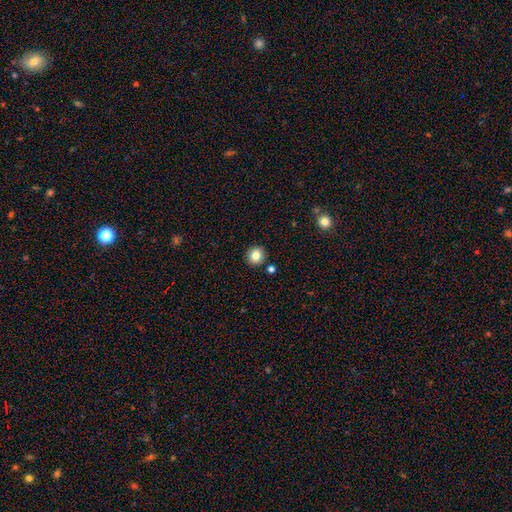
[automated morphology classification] Smooth or featured? Predicted: smooth (p=0.83). How rounded? Predicted: round (p=0.88). Merging? Predicted: none (p=0.90).